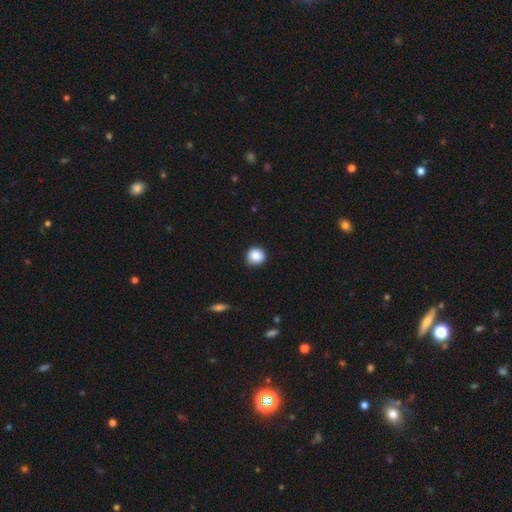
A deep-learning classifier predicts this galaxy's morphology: Smooth or featured? smooth (88%)
How rounded? round (89%)
Merging? none (84%)